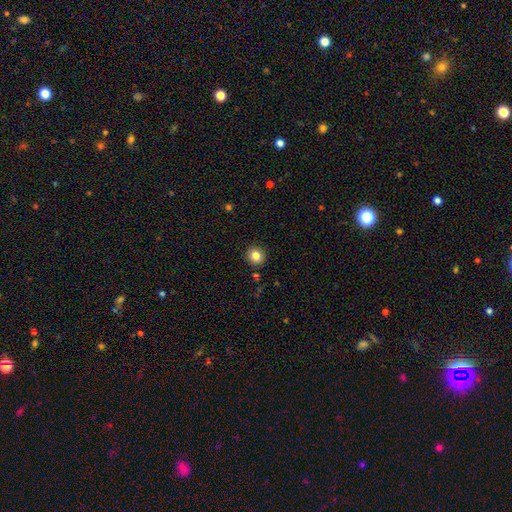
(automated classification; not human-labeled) Smooth or featured? smooth (83%)
How rounded? round (90%)
Merging? none (90%)